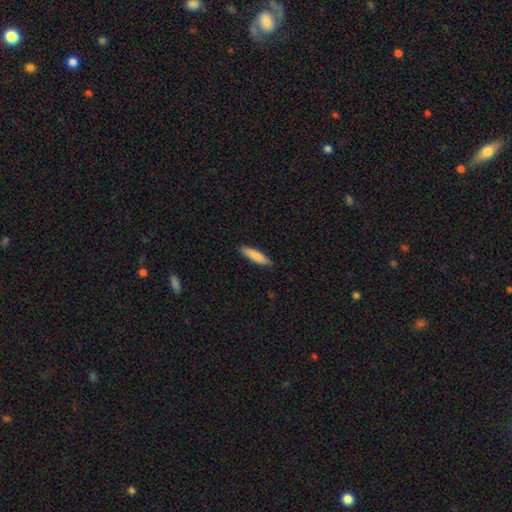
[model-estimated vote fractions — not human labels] This appears to be a smooth galaxy with no disk features (85%) that is cigar-shaped (76%). Merging: none (89%).